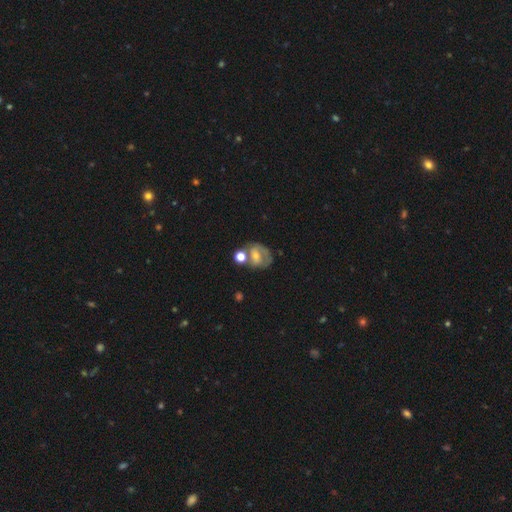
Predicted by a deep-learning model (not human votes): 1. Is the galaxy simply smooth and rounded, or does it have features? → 45% featured or disk, 44% smooth, 11% star or artifact.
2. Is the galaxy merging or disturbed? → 41% none, 24% merger, 21% minor disturbance, 14% major disturbance.